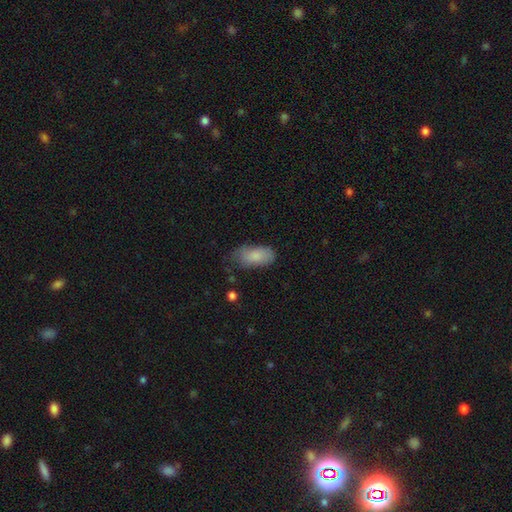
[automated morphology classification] A smooth galaxy with no disk features (82%) that is in between round and cigar-shaped (92%). Merging: none (53%).